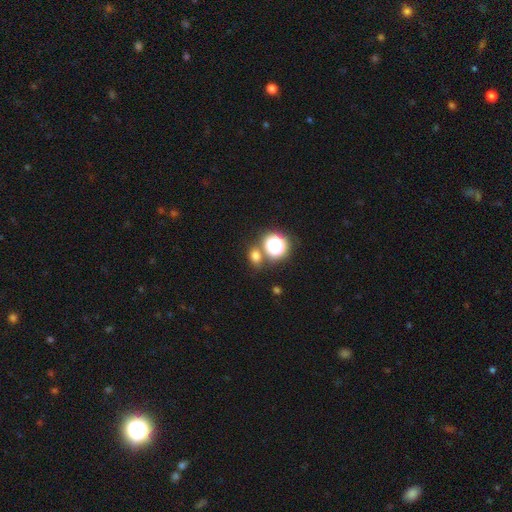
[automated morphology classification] Overall: smooth (68%). How rounded: round (56%; in between 42%). Merging: none (70%).